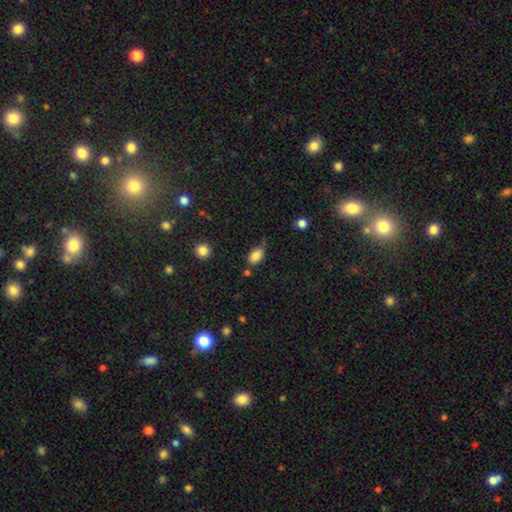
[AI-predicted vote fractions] smooth-or-featured: smooth: 85% | star or artifact: 9% | featured or disk: 6%
  how-rounded: in between: 87% | round: 11% | cigar-shaped: 2%
  merging: none: 63% | minor disturbance: 23% | merger: 8% | major disturbance: 5%